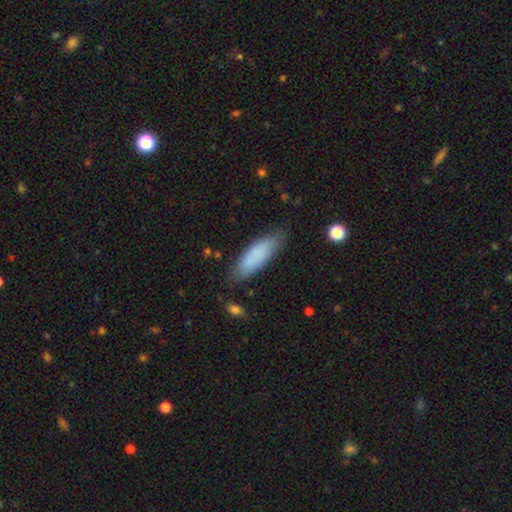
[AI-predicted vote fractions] Q: Smooth or featured?
A: smooth (84%); runner-up: featured or disk (10%)
Q: How rounded?
A: in between (52%); runner-up: cigar-shaped (47%)
Q: Merging?
A: none (79%); runner-up: minor disturbance (16%)